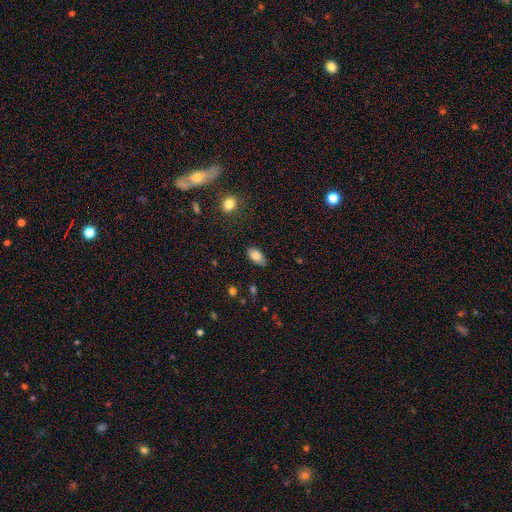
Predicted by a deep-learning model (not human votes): Morphology: type=smooth (81%); roundness=in between (92%); merging=none (81%).